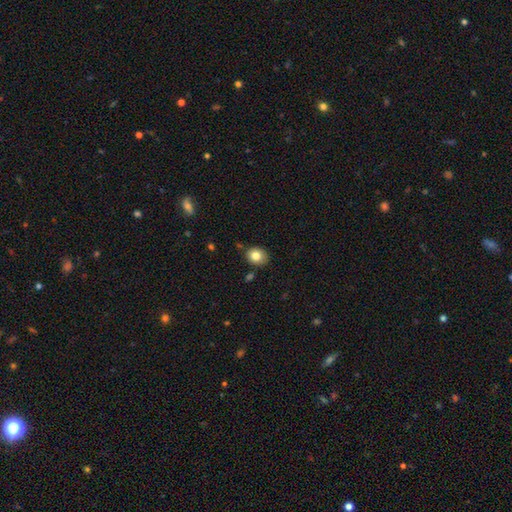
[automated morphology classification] Smooth or featured? Predicted: smooth (p=0.81). How rounded? Predicted: round (p=0.59). Merging? Predicted: none (p=0.81).